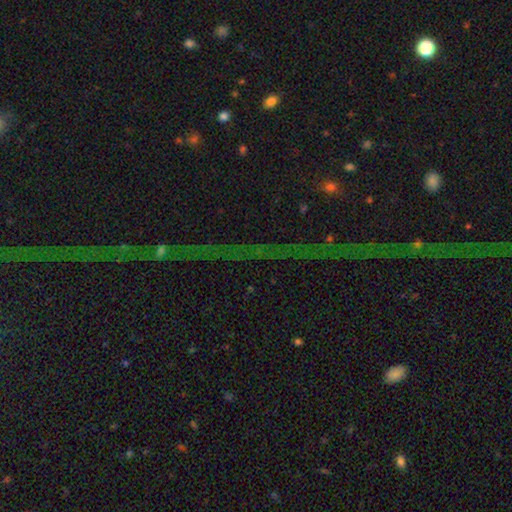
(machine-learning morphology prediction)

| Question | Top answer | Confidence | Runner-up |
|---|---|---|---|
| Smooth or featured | star or artifact | 74% | featured or disk (16%) |